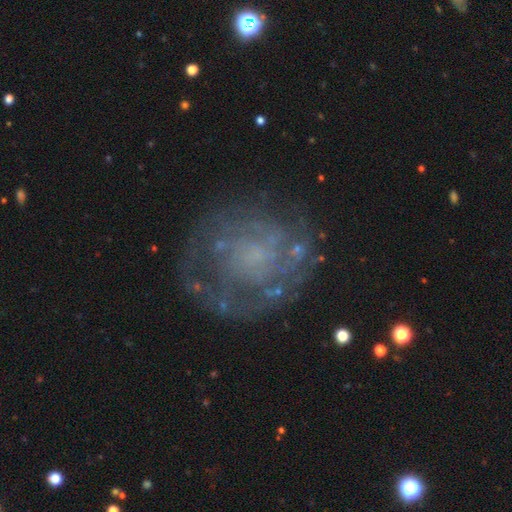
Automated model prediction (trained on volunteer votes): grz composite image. It shows a featured or disk galaxy (74%) with no bar (83%), spiral arms (67%) and no central bulge (53%). Merging: none (71%).